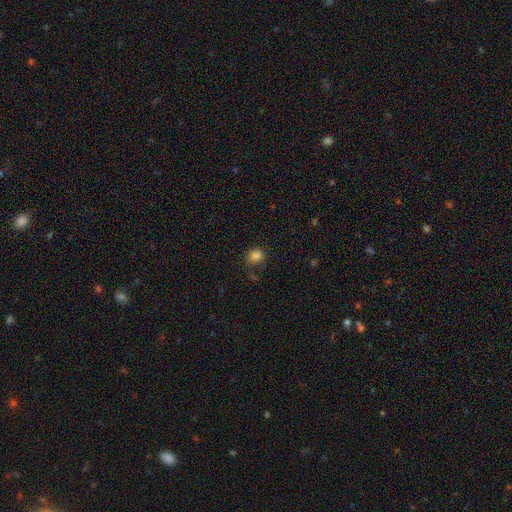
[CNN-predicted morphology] Overall: smooth (82%). How rounded: round (60%; in between 39%). Merging: none (75%).